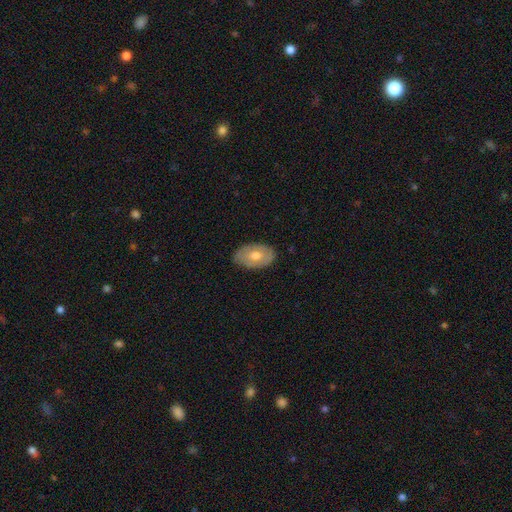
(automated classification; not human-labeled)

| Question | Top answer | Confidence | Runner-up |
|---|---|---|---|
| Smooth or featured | smooth | 53% | featured or disk (41%) |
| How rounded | in between | 90% | round (9%) |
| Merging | none | 81% | minor disturbance (15%) |